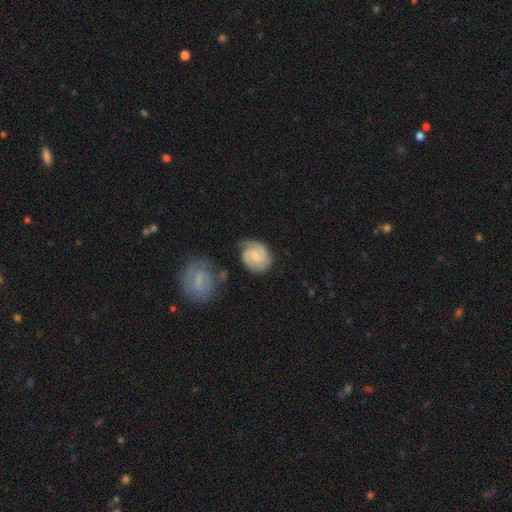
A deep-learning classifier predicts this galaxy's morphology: featured or disk 76%, smooth 19%, star or artifact 5%. Down the decision tree: edge-on disk — no (98%); bar — weak (48%); spiral arms — yes (96%); spiral arm count — 2 (69%); spiral winding — tight (51%); bulge size — small (53%); merging — none (66%).